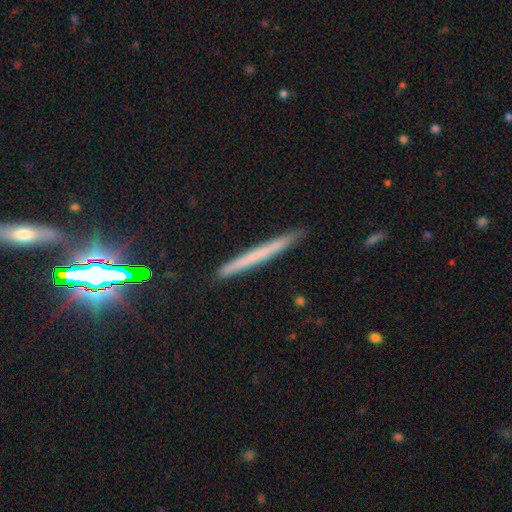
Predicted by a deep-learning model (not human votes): A smooth galaxy with no disk features (51%) that is cigar-shaped (97%). Merging: none (89%).